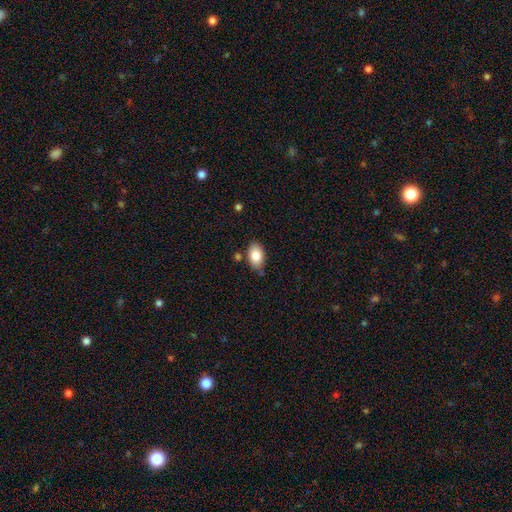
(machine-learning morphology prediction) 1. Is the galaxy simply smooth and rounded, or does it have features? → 84% smooth, 9% featured or disk, 7% star or artifact.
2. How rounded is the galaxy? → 91% in between, 8% round, 1% cigar-shaped.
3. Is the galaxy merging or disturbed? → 77% none, 15% minor disturbance, 6% merger, 3% major disturbance.